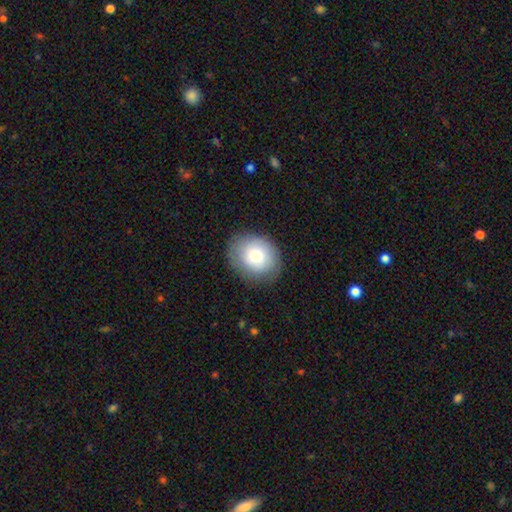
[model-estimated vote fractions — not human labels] This appears to be a smooth galaxy with no disk features (77%) that is round (55%). Merging: none (81%).